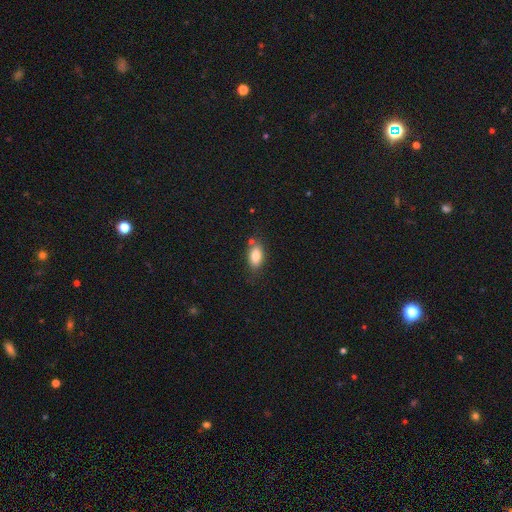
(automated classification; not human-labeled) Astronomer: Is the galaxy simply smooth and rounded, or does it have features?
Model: smooth — 81%.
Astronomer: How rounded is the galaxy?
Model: in between — 89%.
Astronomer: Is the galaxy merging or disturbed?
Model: none — 72%.